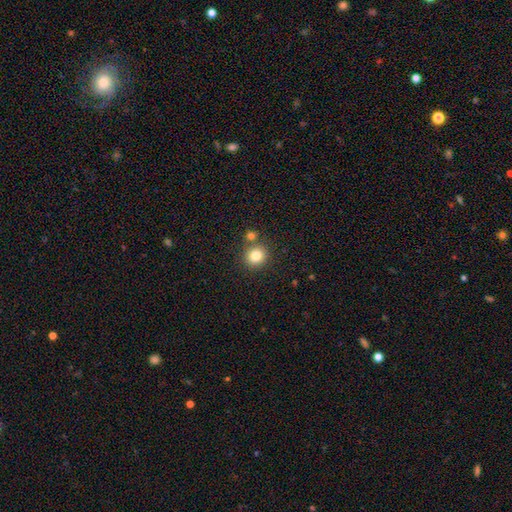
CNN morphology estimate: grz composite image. It shows a smooth galaxy with no disk features (82%) that is round (88%). Merging: none (76%).